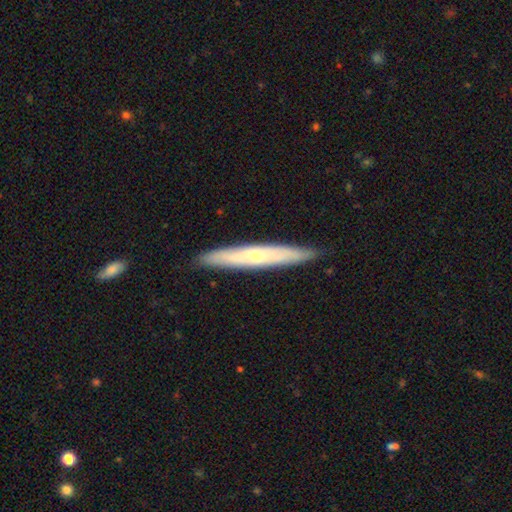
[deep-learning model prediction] smooth-or-featured: featured or disk: 52% | smooth: 43% | star or artifact: 5%
  disk-edge-on: yes: 88% | no: 12%
  merging: none: 89% | minor disturbance: 9% | major disturbance: 1% | merger: 1%